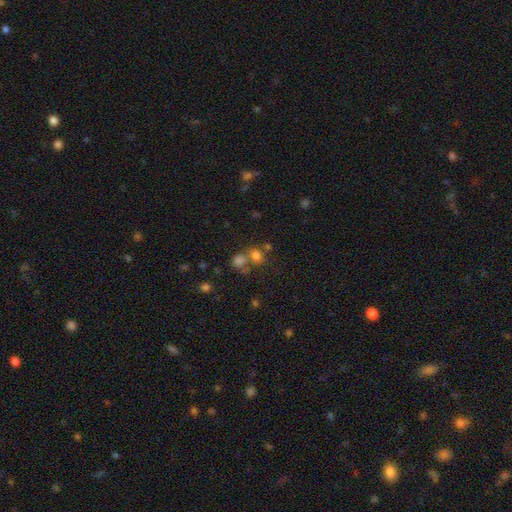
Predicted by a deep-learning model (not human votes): Smooth or featured? smooth (70%)
How rounded? round (70%)
Merging? none (48%)